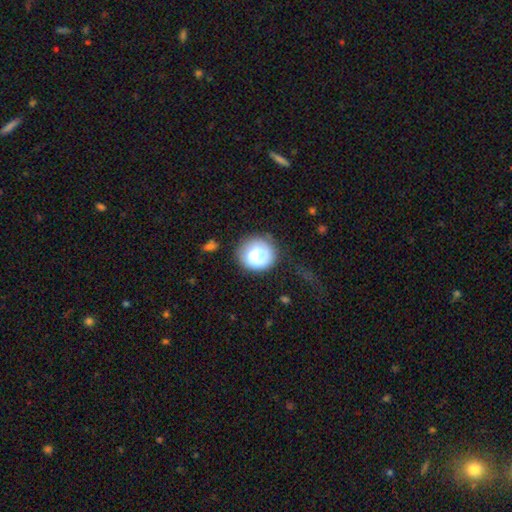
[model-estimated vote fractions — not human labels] This is likely a smooth galaxy (70%). How rounded: clearly round (84%). Merging: likely none (63%).